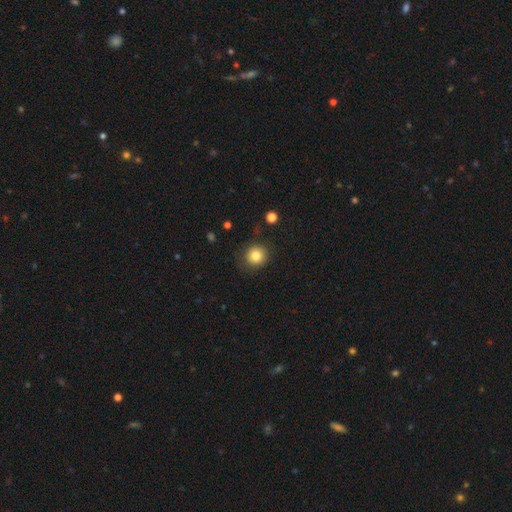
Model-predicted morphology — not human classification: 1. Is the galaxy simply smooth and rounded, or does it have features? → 83% smooth, 11% star or artifact, 7% featured or disk.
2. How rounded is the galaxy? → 88% round, 11% in between, 1% cigar-shaped.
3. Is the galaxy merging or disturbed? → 84% none, 11% minor disturbance, 3% major disturbance, 2% merger.